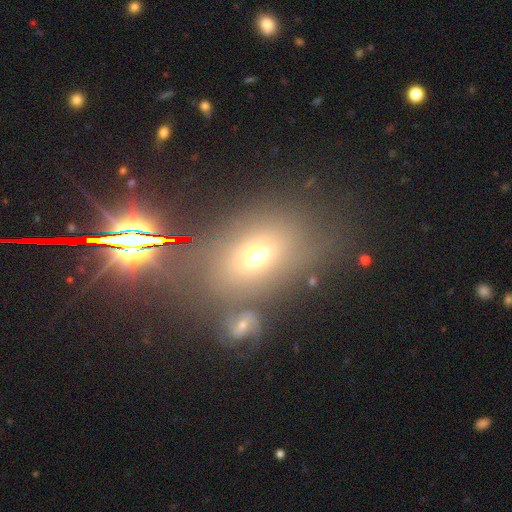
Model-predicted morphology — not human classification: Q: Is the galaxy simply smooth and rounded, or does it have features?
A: smooth — 56%.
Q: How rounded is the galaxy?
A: in between — 67%.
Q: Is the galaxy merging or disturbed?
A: none — 69%.